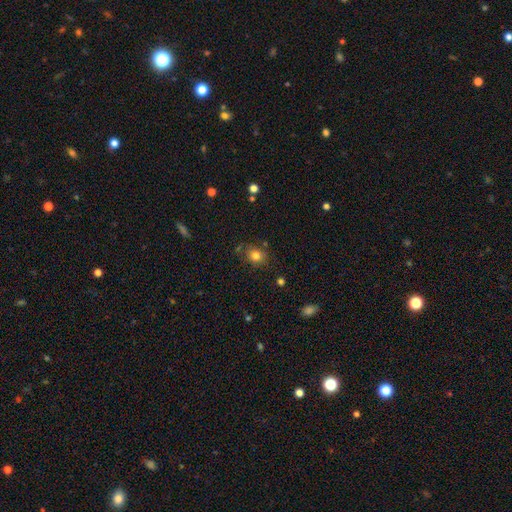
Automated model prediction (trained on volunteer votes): smooth-or-featured: smooth: 79% | star or artifact: 12% | featured or disk: 8%
  how-rounded: round: 62% | in between: 37% | cigar-shaped: 1%
  merging: none: 75% | minor disturbance: 16% | major disturbance: 5% | merger: 4%